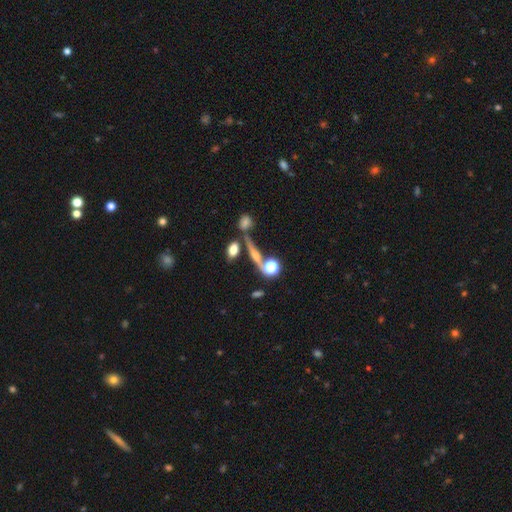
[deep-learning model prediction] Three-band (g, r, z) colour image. It shows a smooth galaxy with no disk features (41%). Merging: none (63%).